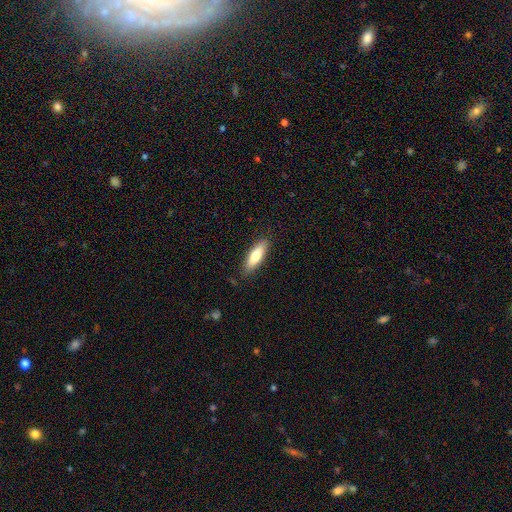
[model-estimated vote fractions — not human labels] Smooth or featured?
  - smooth: 73% *
  - featured or disk: 21%
  - star or artifact: 6%
How rounded?
  - cigar-shaped: 49% * (tied)
  - in between: 49% * (tied)
  - round: 2%
Merging?
  - none: 86% *
  - minor disturbance: 11%
  - major disturbance: 2%
  - merger: 1%